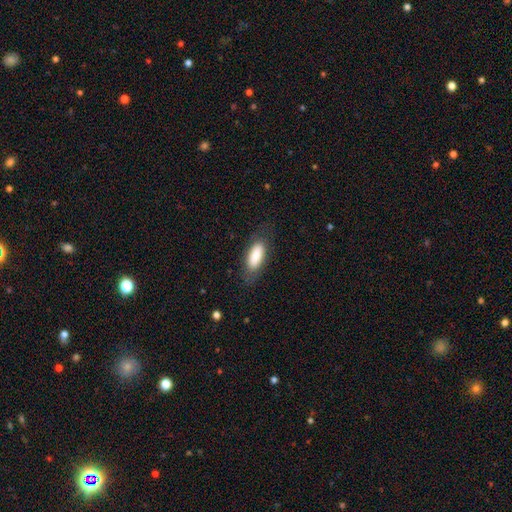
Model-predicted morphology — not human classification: This is clearly a smooth galaxy (82%). How rounded: likely in between (79%). Merging: likely none (75%).